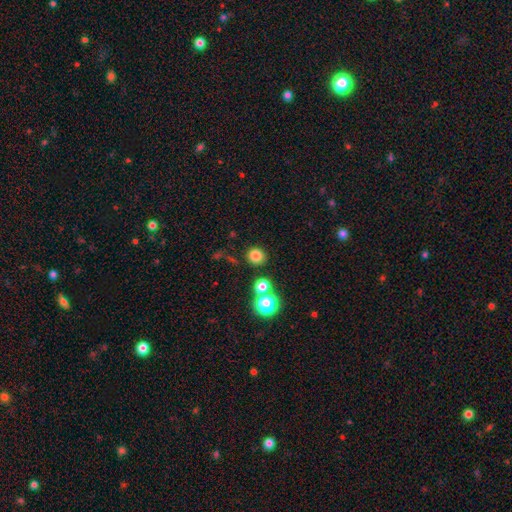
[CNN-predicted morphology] Smooth or featured? smooth (79%)
How rounded? round (90%)
Merging? none (82%)